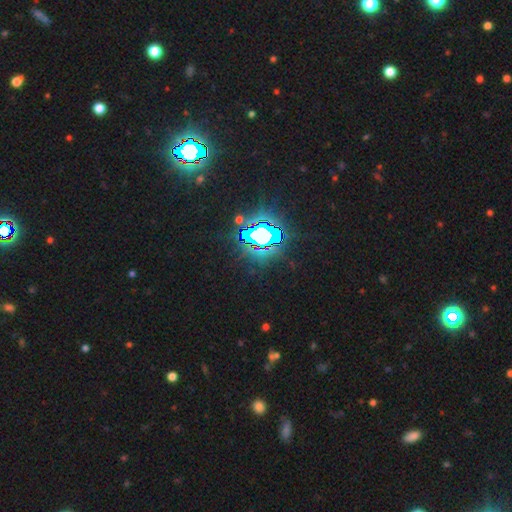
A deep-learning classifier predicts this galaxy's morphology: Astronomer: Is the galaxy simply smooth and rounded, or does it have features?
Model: star or artifact — 85%.